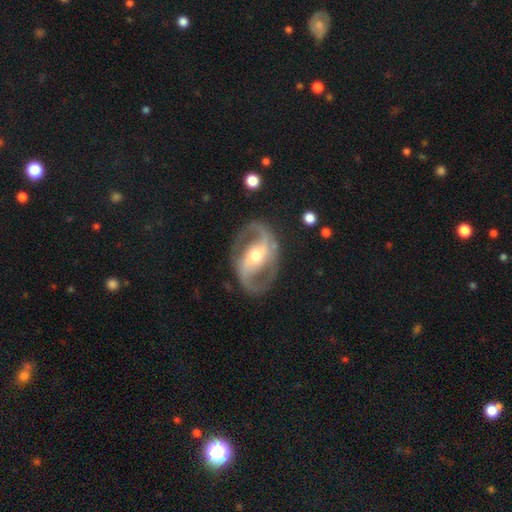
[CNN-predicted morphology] Q: Smooth or featured?
A: featured or disk (90%); runner-up: smooth (6%)
Q: Edge-on disk?
A: no (97%); runner-up: yes (3%)
Q: Bar?
A: strong (42%); runner-up: weak (34%)
Q: Spiral arms?
A: yes (94%); runner-up: no (6%)
Q: Spiral winding?
A: medium (56%); runner-up: loose (26%)
Q: Spiral arm count?
A: 2 (93%); runner-up: can't tell (3%)
Q: Bulge size?
A: moderate (71%); runner-up: small (20%)
Q: Merging?
A: none (83%); runner-up: minor disturbance (11%)